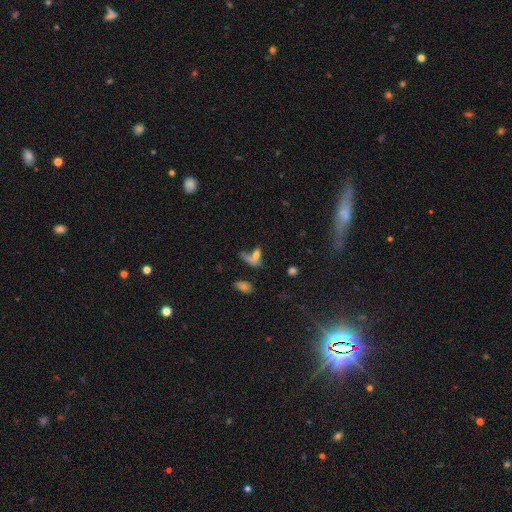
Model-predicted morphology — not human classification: Smooth or featured?
  - smooth: 62% *
  - featured or disk: 23%
  - star or artifact: 16%
How rounded?
  - in between: 63% *
  - cigar-shaped: 24%
  - round: 13%
Merging?
  - none: 33% *
  - merger: 29%
  - major disturbance: 22%
  - minor disturbance: 16%